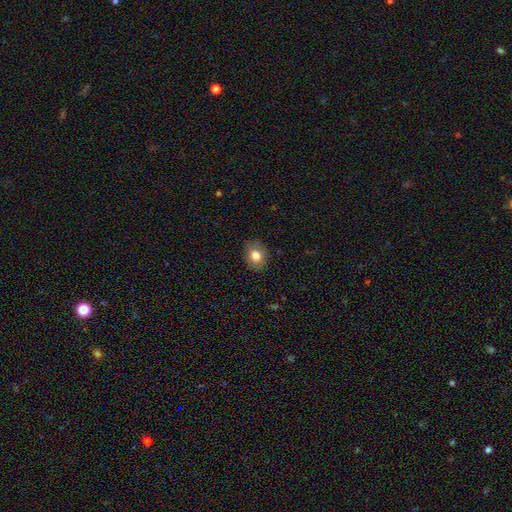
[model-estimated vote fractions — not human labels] Overall: smooth (80%). How rounded: round (53%; in between 46%). Merging: none (86%).